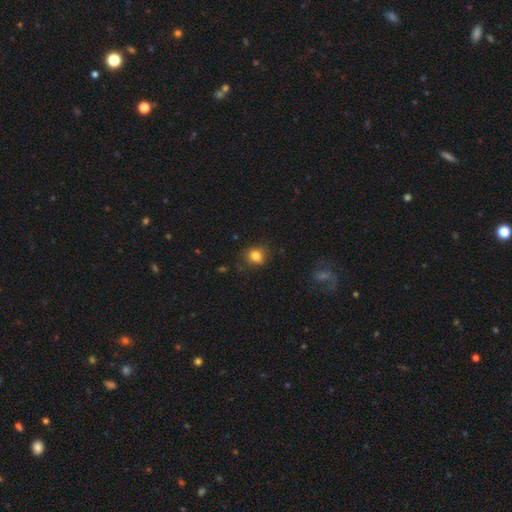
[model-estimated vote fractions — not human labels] This appears to be a smooth galaxy with no disk features (82%) that is round (61%). Merging: none (75%).